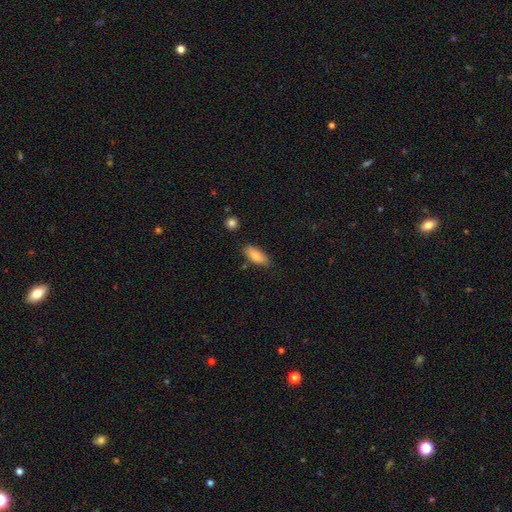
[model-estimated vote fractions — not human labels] Smooth or featured? Predicted: smooth (p=0.81). How rounded? Predicted: in between (p=0.84). Merging? Predicted: none (p=0.77).